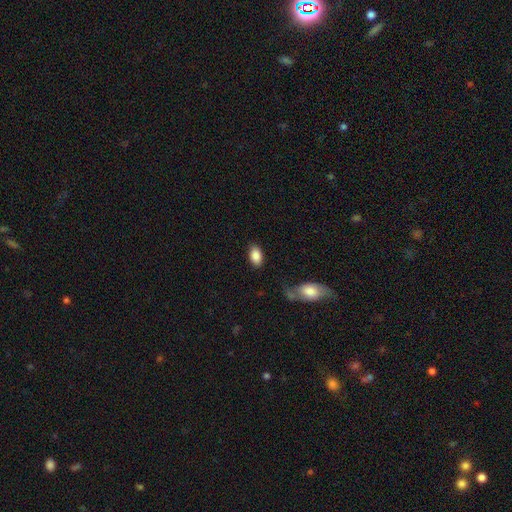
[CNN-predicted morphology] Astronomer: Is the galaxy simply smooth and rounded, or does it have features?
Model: smooth — 88%.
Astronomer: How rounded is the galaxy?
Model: in between — 92%.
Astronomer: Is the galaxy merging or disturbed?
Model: none — 82%.